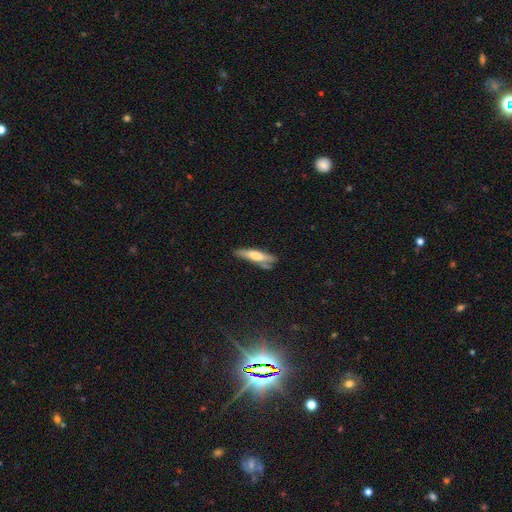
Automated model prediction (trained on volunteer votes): smooth 61%, featured or disk 33%, star or artifact 7%. Down the decision tree: how rounded — cigar-shaped (80%); merging — none (66%).